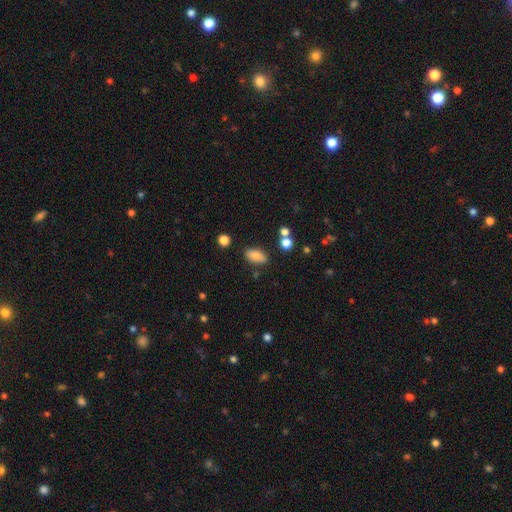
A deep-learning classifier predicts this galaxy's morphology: A smooth galaxy with no disk features (84%) that is in between round and cigar-shaped (88%). Merging: none (80%).